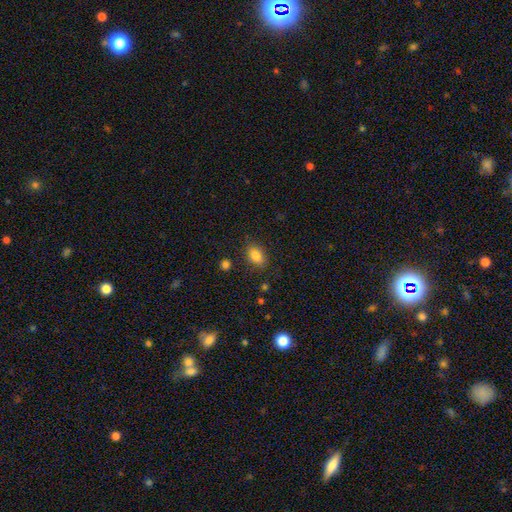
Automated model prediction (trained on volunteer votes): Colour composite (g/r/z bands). It shows a smooth galaxy with no disk features (83%) that is in between round and cigar-shaped (85%). Merging: none (82%).